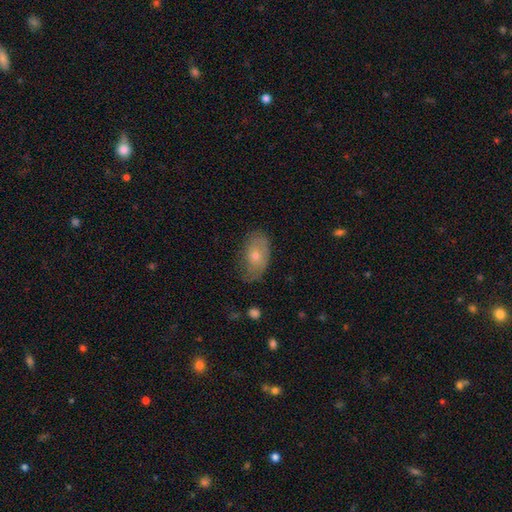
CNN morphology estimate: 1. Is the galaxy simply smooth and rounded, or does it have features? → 50% smooth, 41% featured or disk, 9% star or artifact.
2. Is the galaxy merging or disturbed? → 66% none, 25% minor disturbance, 8% major disturbance, 1% merger.